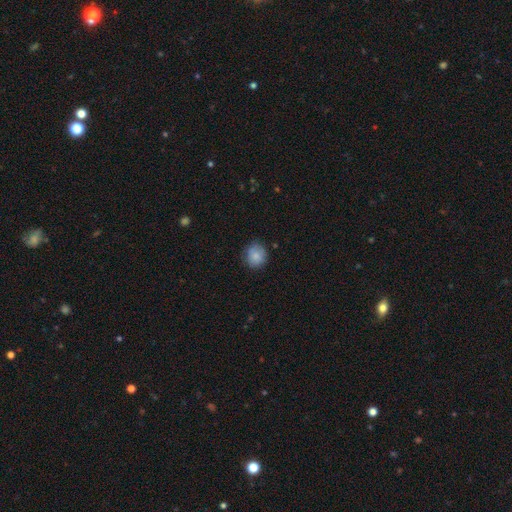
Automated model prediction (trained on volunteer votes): This appears to be a smooth galaxy with no disk features (84%) that is round (77%). Merging: none (78%).